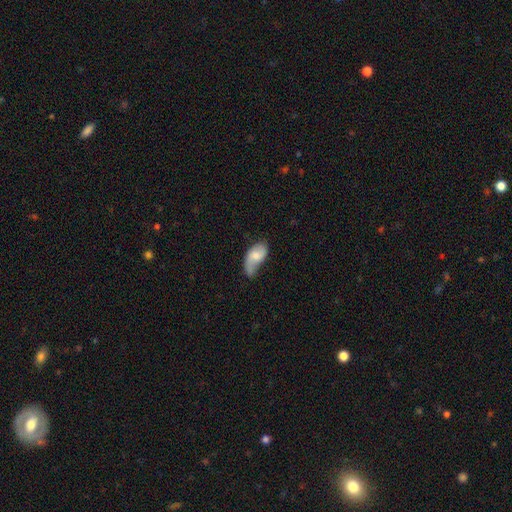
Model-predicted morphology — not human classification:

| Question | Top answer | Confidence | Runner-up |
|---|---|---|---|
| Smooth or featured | smooth | 59% | featured or disk (34%) |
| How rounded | in between | 92% | round (4%) |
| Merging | minor disturbance | 40% | none (32%) |